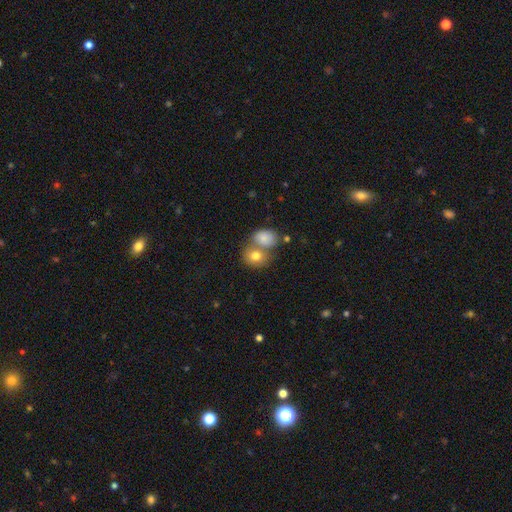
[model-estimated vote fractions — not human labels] The model was most divided on "how rounded": round: 57%, in between: 42%, cigar-shaped: 1%. More confident: smooth or featured — smooth (79%); merging — merger (54%).